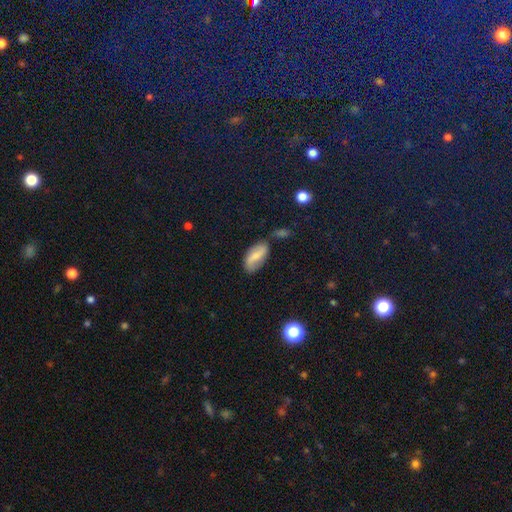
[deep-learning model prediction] Smooth or featured: smooth — 52% (featured or disk — 40%)
How rounded: in between — 89% (cigar-shaped — 7%)
Merging: none — 66% (minor disturbance — 21%)